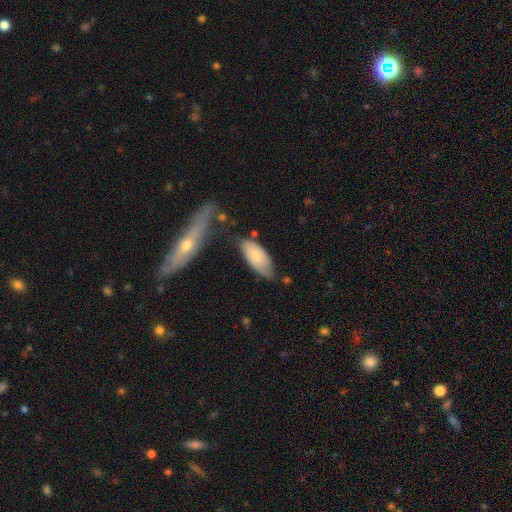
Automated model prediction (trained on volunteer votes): This is likely a smooth galaxy (72%). How rounded: clearly in between (86%). Merging: possibly none (58%).